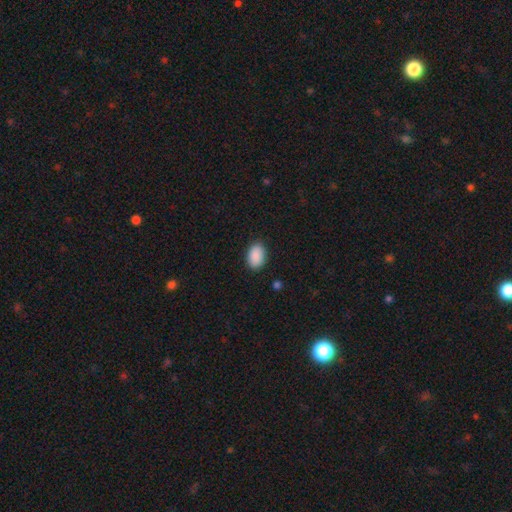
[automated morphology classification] smooth-or-featured: smooth: 91% | star or artifact: 7% | featured or disk: 3%
  how-rounded: in between: 88% | round: 11% | cigar-shaped: 1%
  merging: none: 88% | minor disturbance: 9% | major disturbance: 2% | merger: 1%